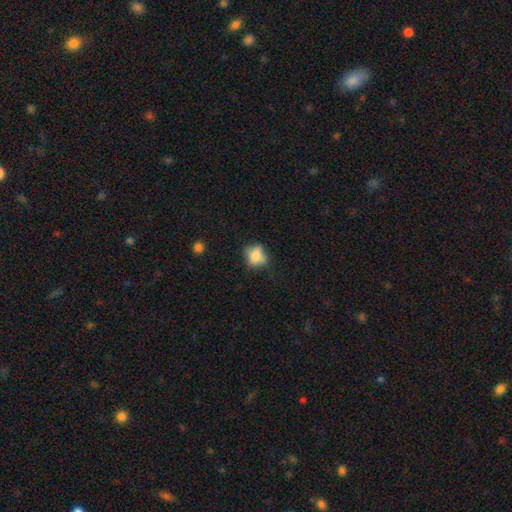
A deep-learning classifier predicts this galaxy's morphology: A smooth galaxy with no disk features (72%) that is round (60%). Merging: none (58%).